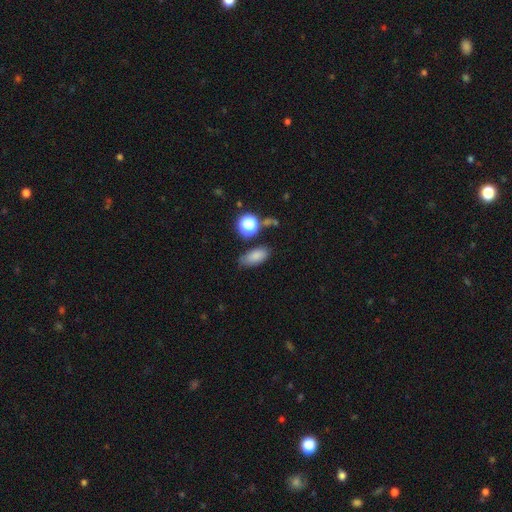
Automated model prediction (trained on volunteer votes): Smooth or featured? smooth (79%)
How rounded? in between (85%)
Merging? none (72%)